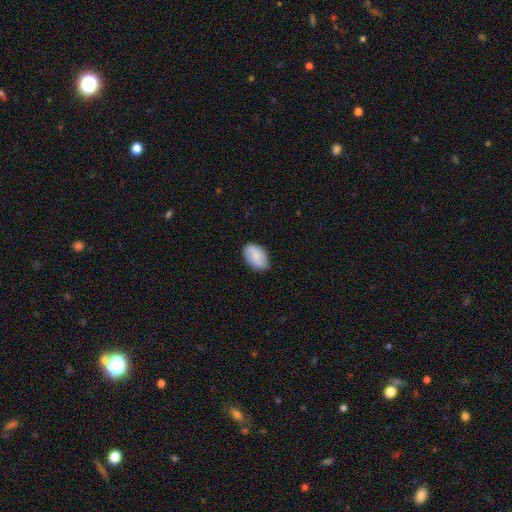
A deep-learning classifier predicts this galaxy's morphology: Smooth or featured?
  - smooth: 82% *
  - featured or disk: 12%
  - star or artifact: 6%
How rounded?
  - in between: 91% *
  - round: 8%
  - cigar-shaped: 1%
Merging?
  - none: 81% *
  - minor disturbance: 16%
  - major disturbance: 3%
  - merger: 1%